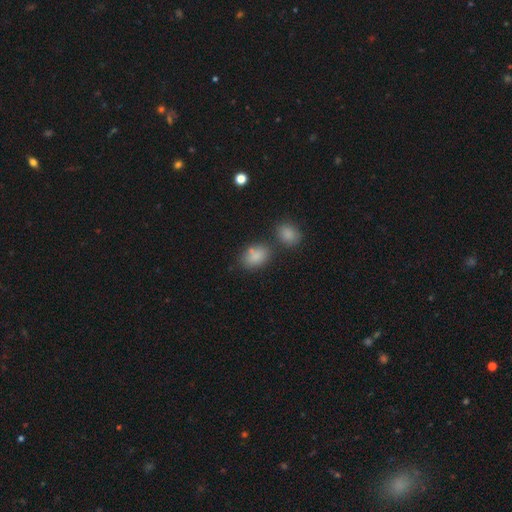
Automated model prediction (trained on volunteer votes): A smooth galaxy with no disk features (84%) that is in between round and cigar-shaped (76%).

Vote fractions:
- Smooth or featured? smooth: 84% / star or artifact: 10% / featured or disk: 6%
- How rounded? in between: 76% / round: 23% / cigar-shaped: 1%
- Merging? none: 61% / merger: 19% / minor disturbance: 15% / major disturbance: 5%